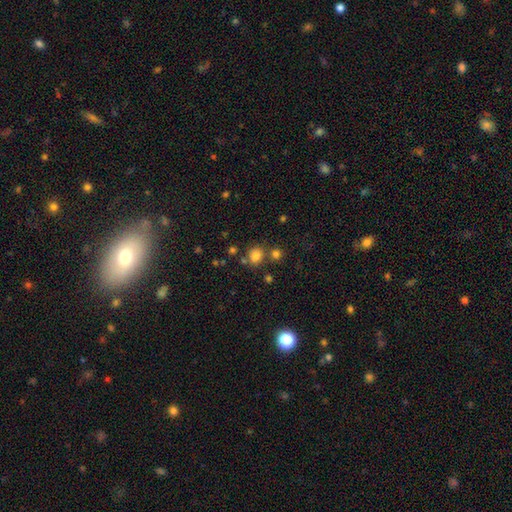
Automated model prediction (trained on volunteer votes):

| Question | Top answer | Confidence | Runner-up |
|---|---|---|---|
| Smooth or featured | smooth | 78% | star or artifact (16%) |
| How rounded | round | 79% | in between (20%) |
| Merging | none | 71% | merger (16%) |